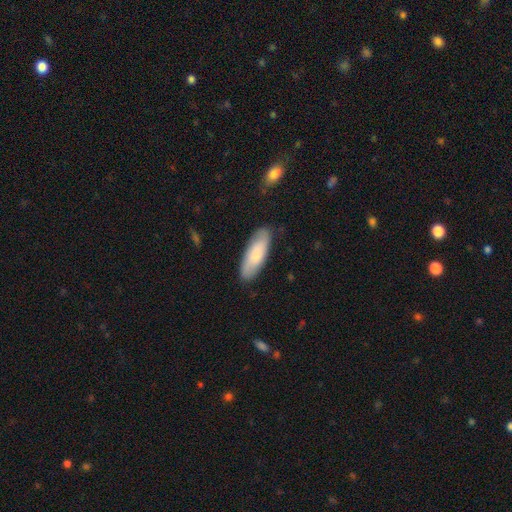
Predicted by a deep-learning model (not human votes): Q: Smooth or featured?
A: smooth (75%); runner-up: featured or disk (19%)
Q: How rounded?
A: in between (64%); runner-up: cigar-shaped (34%)
Q: Merging?
A: none (84%); runner-up: minor disturbance (12%)